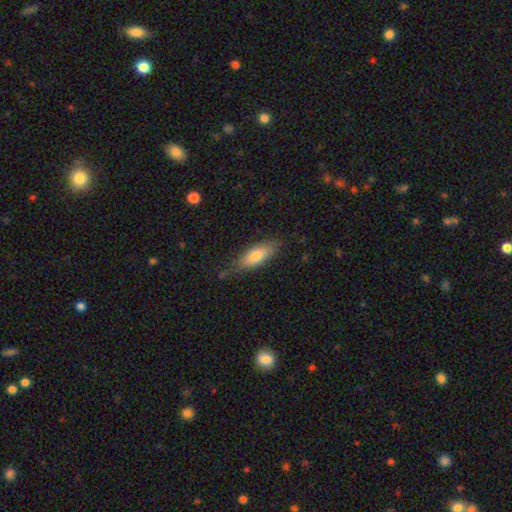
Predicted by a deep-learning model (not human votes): Morphology: type=smooth (75%); roundness=in between (66%); merging=none (74%).